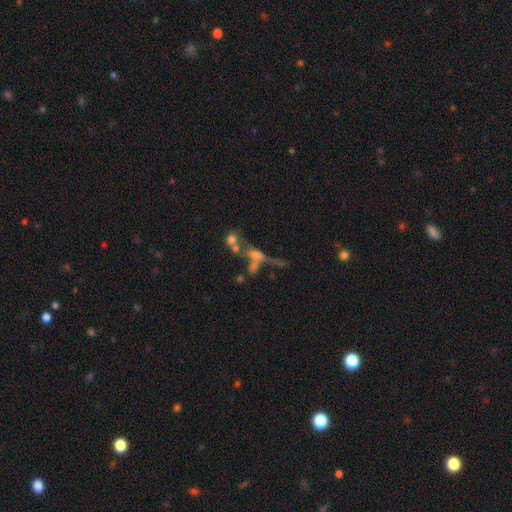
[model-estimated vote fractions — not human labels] smooth-or-featured: featured or disk: 37% | star or artifact: 35% | smooth: 28%
  merging: none: 39% (tied) | merger: 39% (tied) | major disturbance: 12% | minor disturbance: 10%